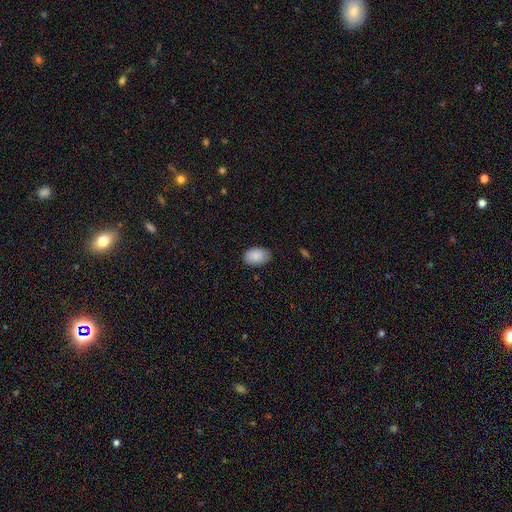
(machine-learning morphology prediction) smooth-or-featured: smooth: 88% | star or artifact: 7% | featured or disk: 6%
  how-rounded: in between: 89% | round: 10% | cigar-shaped: 1%
  merging: none: 83% | minor disturbance: 13% | major disturbance: 2% | merger: 1%